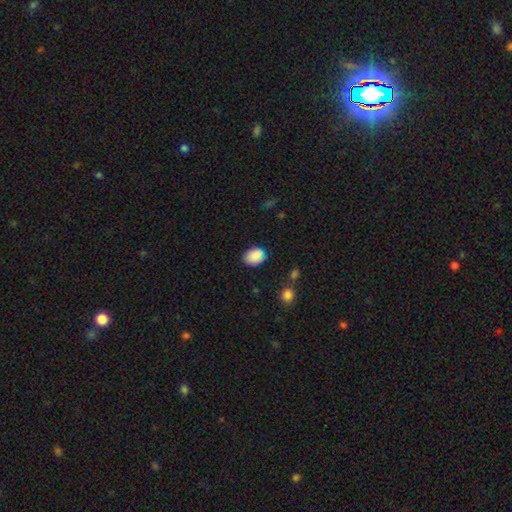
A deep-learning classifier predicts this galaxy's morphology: type=smooth (85%); roundness=in between (63%); merging=none (73%).